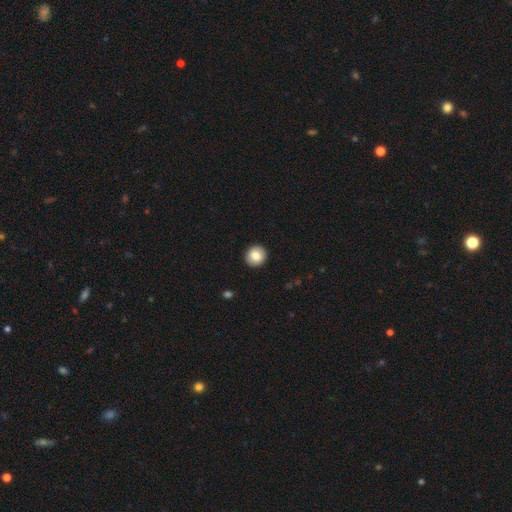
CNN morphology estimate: The model was most divided on "smooth or featured": smooth: 83%, featured or disk: 9%, star or artifact: 8%. More confident: merging — none (93%); how rounded — round (90%).